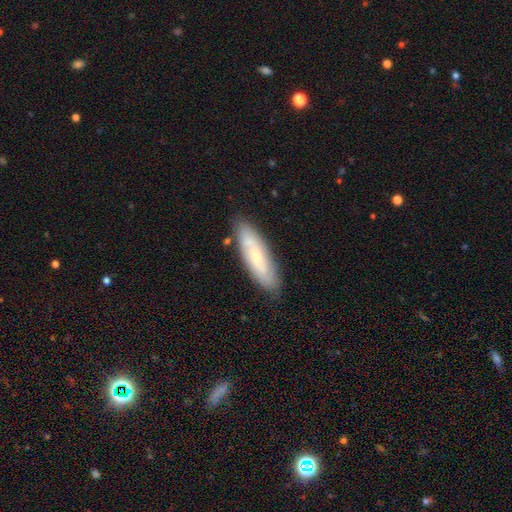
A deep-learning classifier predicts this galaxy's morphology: The model was most divided on "smooth or featured": featured or disk: 47%, smooth: 46%, star or artifact: 7%. More confident: merging — none (83%).